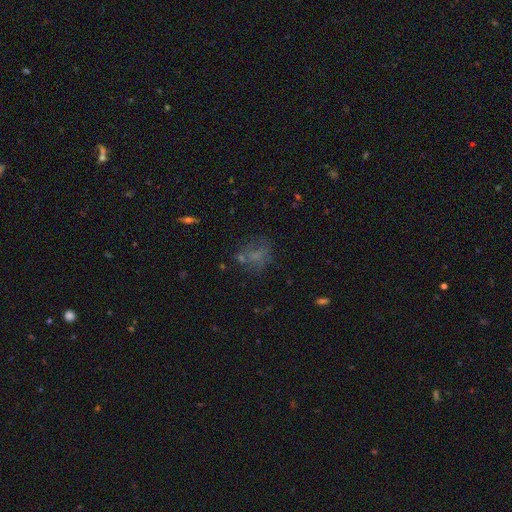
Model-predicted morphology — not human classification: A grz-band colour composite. It shows a smooth galaxy with no disk features (46%). Merging: none (52%).